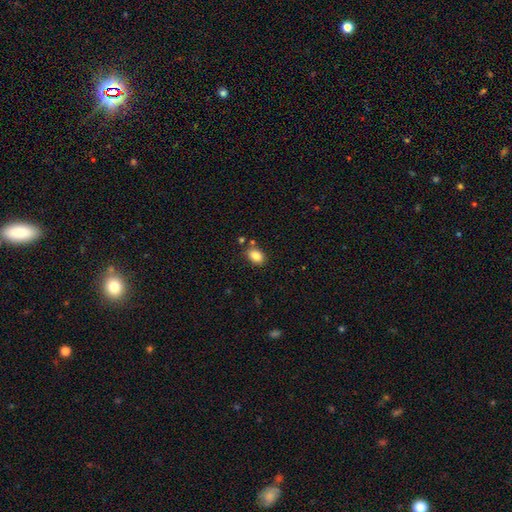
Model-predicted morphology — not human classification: Smooth or featured? smooth (86%)
How rounded? in between (84%)
Merging? none (78%)